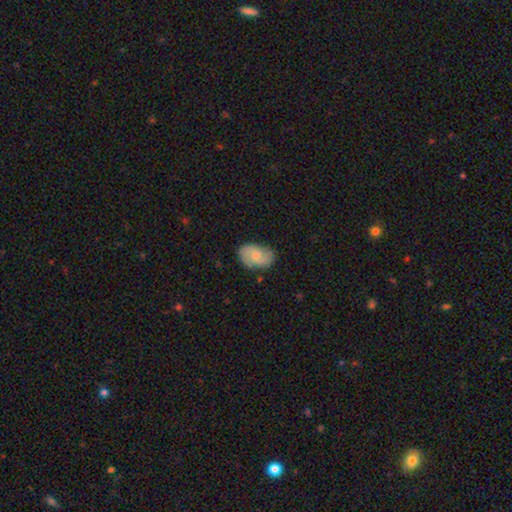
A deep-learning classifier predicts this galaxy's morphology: type=featured or disk (47%); merging=none (77%).